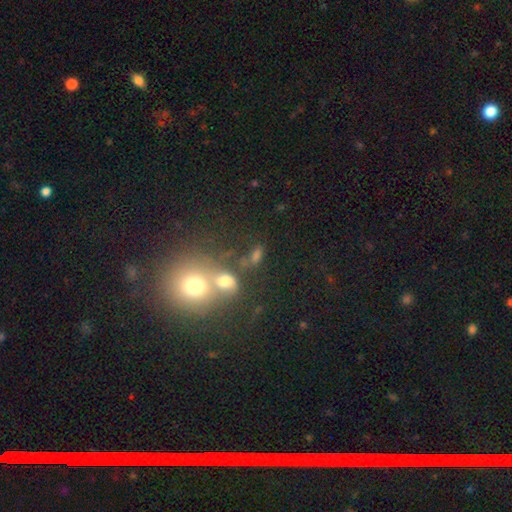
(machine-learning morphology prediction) This appears to be a smooth galaxy with no disk features (64%) that is in between round and cigar-shaped (59%). Merging: merger (40%).